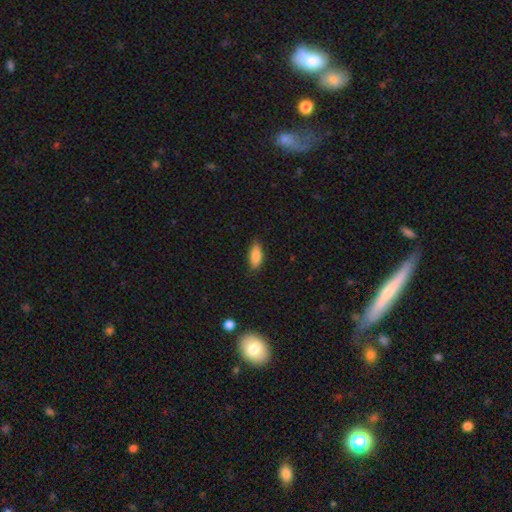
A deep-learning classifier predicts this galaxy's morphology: This appears to be a smooth galaxy with no disk features (86%) that is in between round and cigar-shaped (85%). Merging: none (82%).